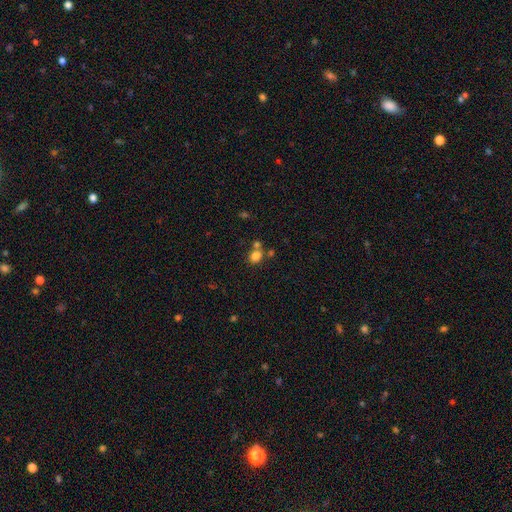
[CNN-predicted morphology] A smooth galaxy with no disk features (81%) that is in between round and cigar-shaped (57%). Merging: none (57%).